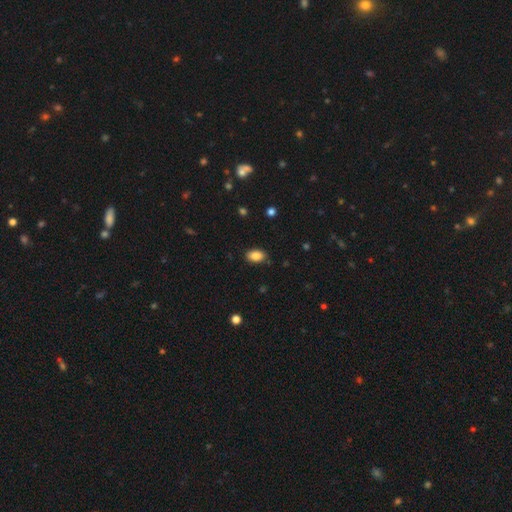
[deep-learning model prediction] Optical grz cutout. It shows a smooth galaxy with no disk features (87%) that is in between round and cigar-shaped (90%). Merging: none (84%).